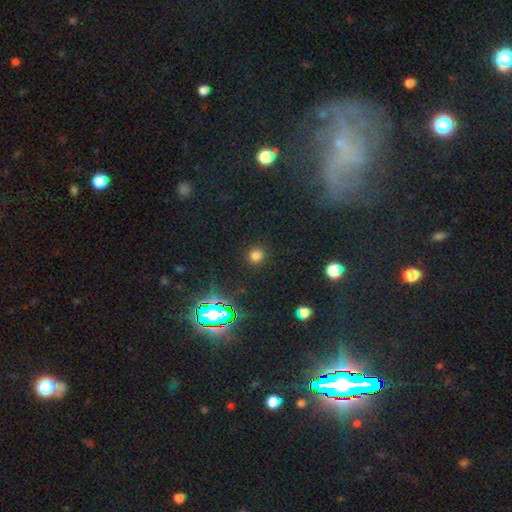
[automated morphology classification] This is likely a smooth galaxy (73%). How rounded: clearly round (93%). Merging: clearly none (90%).